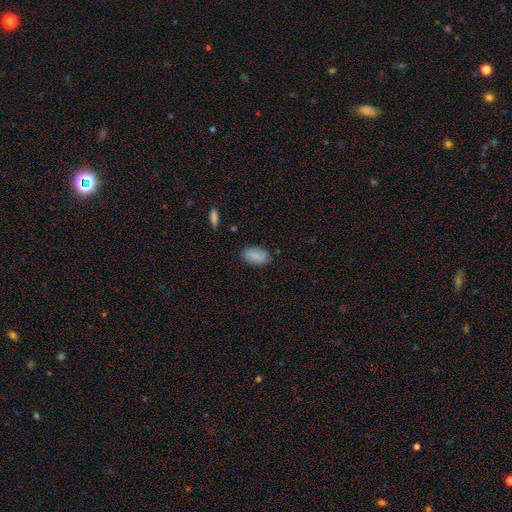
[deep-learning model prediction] A smooth galaxy with no disk features (87%) that is in between round and cigar-shaped (93%). Merging: none (82%).